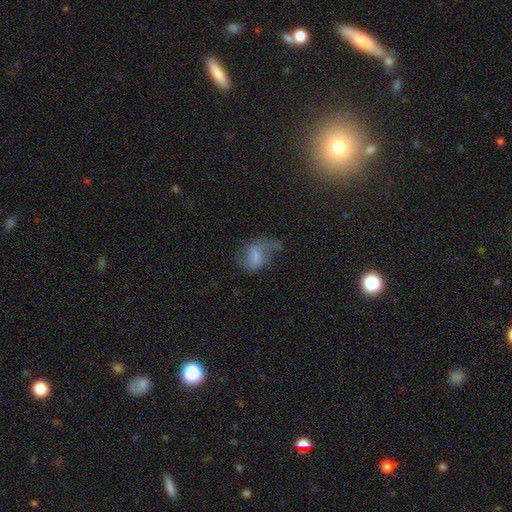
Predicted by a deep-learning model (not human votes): Smooth or featured: featured or disk — 52% (smooth — 37%)
Edge-on disk: no — 97% (yes — 3%)
Merging: none — 39% (major disturbance — 32%)